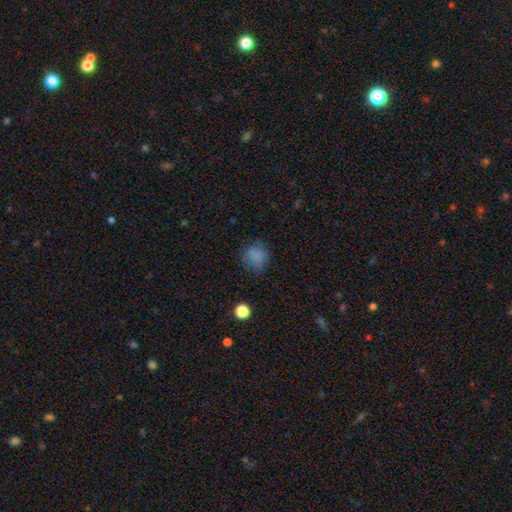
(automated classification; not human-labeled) A smooth galaxy with no disk features (78%) that is round (79%).

Vote fractions:
- Smooth or featured? smooth: 78% / star or artifact: 14% / featured or disk: 7%
- How rounded? round: 79% / in between: 20% / cigar-shaped: 1%
- Merging? none: 73% / minor disturbance: 18% / major disturbance: 8% / merger: 2%